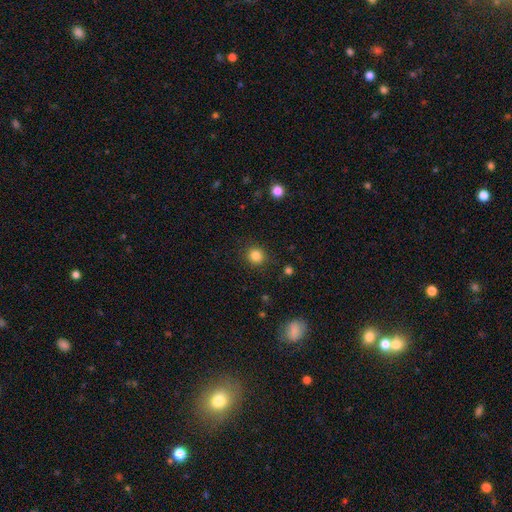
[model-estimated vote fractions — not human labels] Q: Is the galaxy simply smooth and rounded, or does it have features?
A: smooth — 84%.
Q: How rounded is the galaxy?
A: round — 90%.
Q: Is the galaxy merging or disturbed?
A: none — 89%.